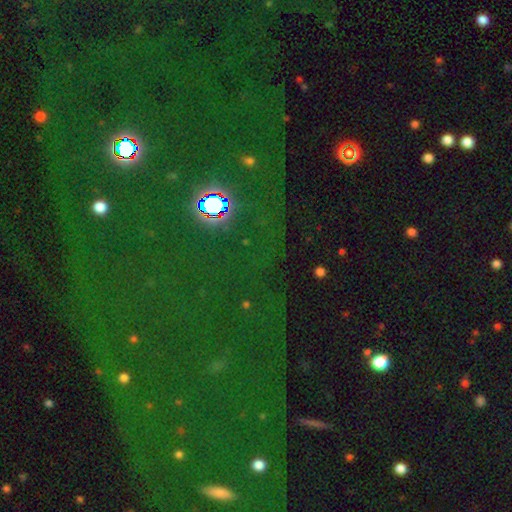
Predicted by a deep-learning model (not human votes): The model was most divided on "smooth or featured": star or artifact: 81%, smooth: 11%, featured or disk: 8%.